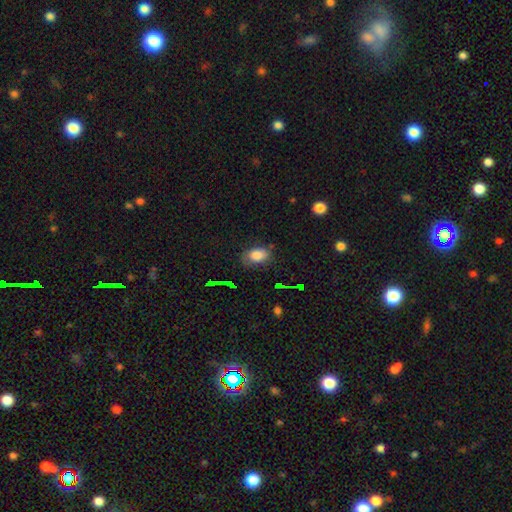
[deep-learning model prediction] This is clearly a smooth galaxy (80%). How rounded: clearly in between (87%). Merging: likely none (71%).